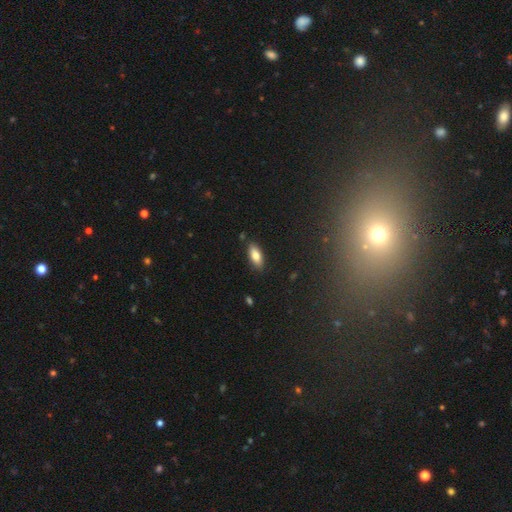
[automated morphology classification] This appears to be a smooth galaxy with no disk features (79%) that is in between round and cigar-shaped (82%). Merging: none (86%).